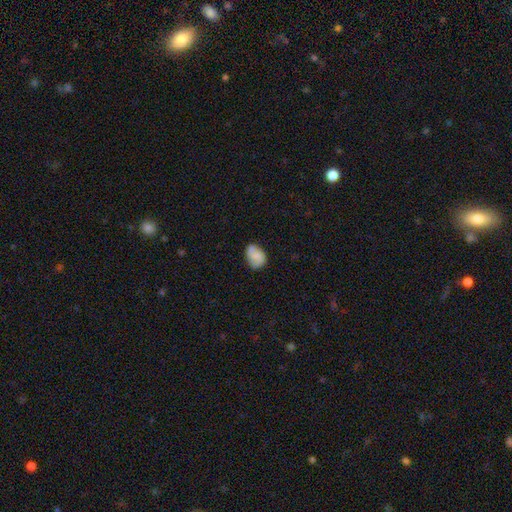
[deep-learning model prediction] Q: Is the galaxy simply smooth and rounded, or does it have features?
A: smooth — 63%.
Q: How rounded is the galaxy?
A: in between — 73%.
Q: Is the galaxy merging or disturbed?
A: none — 58%.